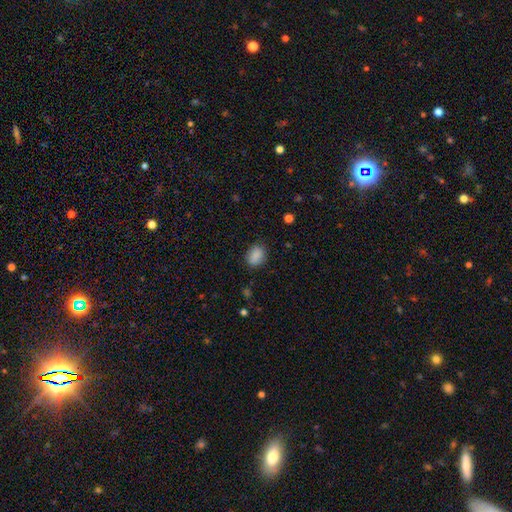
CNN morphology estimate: The model was most divided on "how rounded": in between: 60%, round: 39%, cigar-shaped: 1%. More confident: smooth or featured — smooth (87%); merging — none (82%).